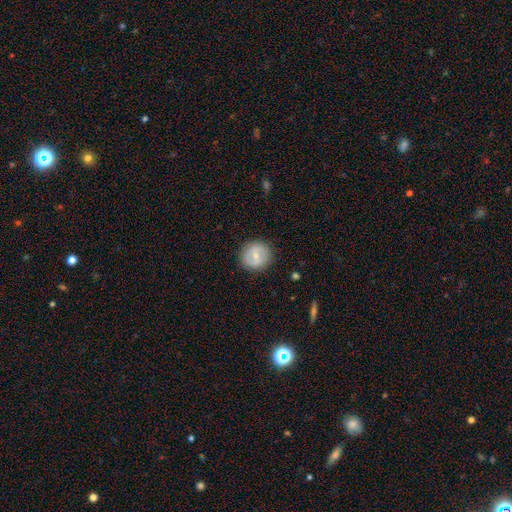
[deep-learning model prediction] Q: Smooth or featured?
A: smooth (56%); runner-up: featured or disk (37%)
Q: How rounded?
A: round (90%); runner-up: in between (9%)
Q: Merging?
A: none (86%); runner-up: minor disturbance (10%)